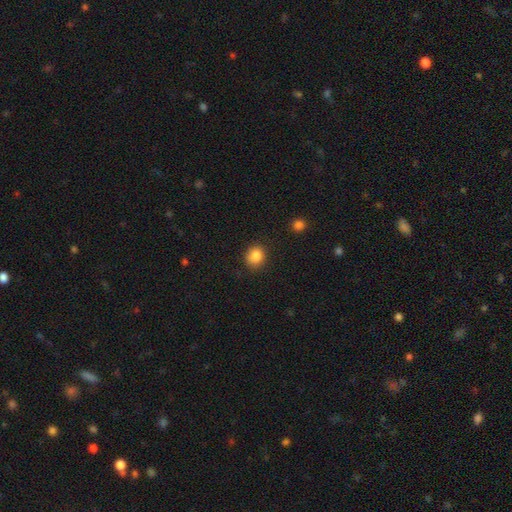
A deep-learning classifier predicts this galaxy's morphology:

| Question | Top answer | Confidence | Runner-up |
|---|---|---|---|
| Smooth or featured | smooth | 86% | star or artifact (10%) |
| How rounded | round | 72% | in between (27%) |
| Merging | none | 86% | minor disturbance (10%) |